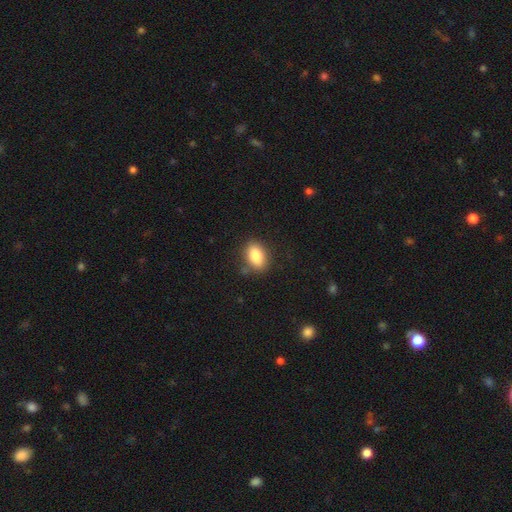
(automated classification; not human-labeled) Morphology: type=smooth (86%); roundness=in between (86%); merging=none (82%).